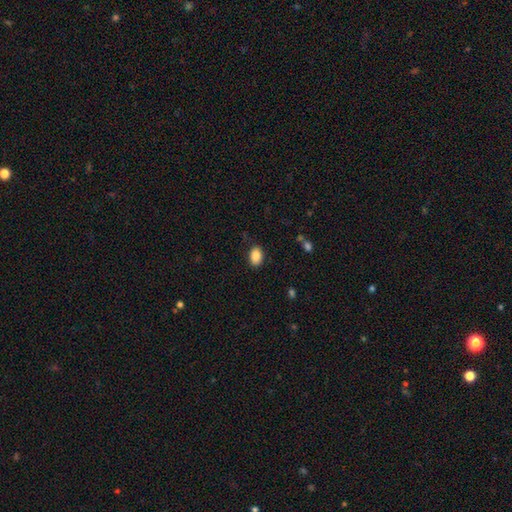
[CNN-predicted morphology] Overall: smooth (87%). How rounded: in between (86%). Merging: none (85%).